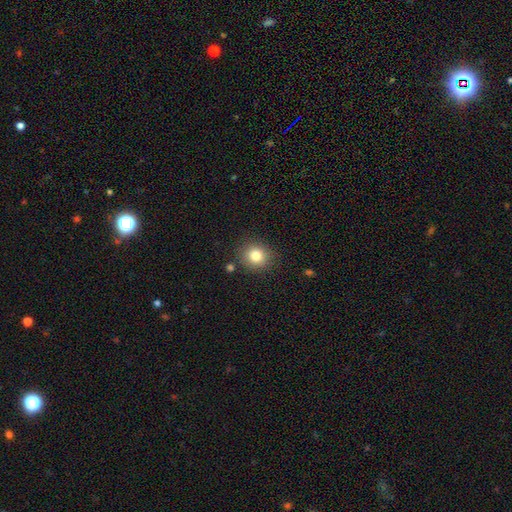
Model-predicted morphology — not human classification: smooth-or-featured: smooth: 82% | star or artifact: 11% | featured or disk: 7%
  how-rounded: round: 84% | in between: 16% | cigar-shaped: 1%
  merging: none: 85% | minor disturbance: 9% | merger: 3% | major disturbance: 3%